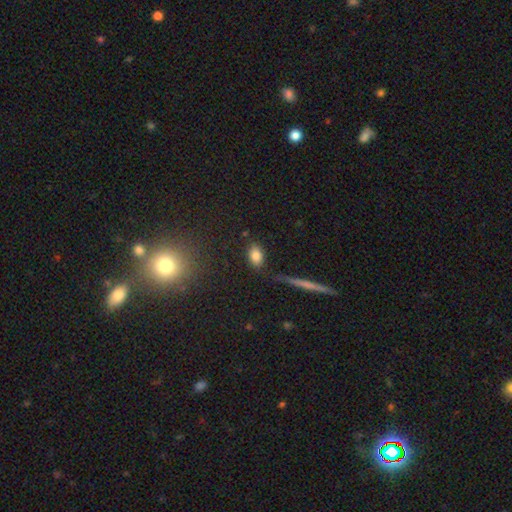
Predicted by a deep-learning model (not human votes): Smooth or featured? smooth (83%)
How rounded? in between (86%)
Merging? none (83%)